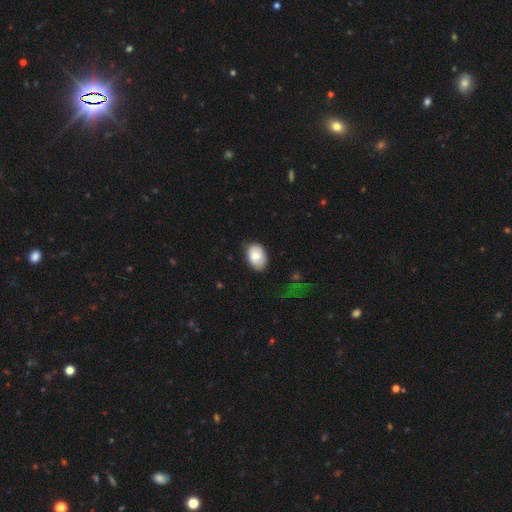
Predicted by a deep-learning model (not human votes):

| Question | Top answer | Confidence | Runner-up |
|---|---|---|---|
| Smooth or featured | smooth | 80% | featured or disk (13%) |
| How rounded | in between | 85% | round (14%) |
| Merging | none | 72% | minor disturbance (23%) |